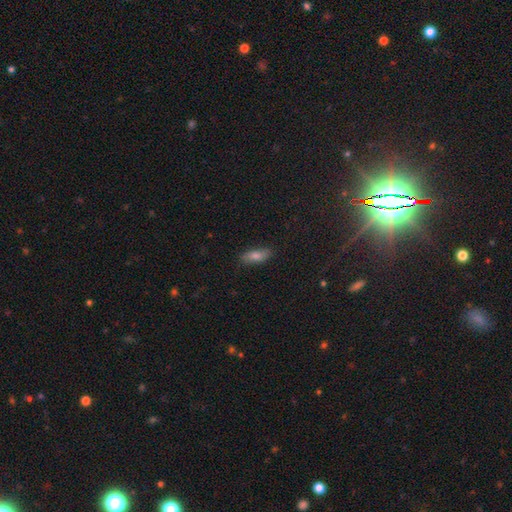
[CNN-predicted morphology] smooth 73%, featured or disk 17%, star or artifact 10%. Down the decision tree: how rounded — in between (66%); merging — none (83%).